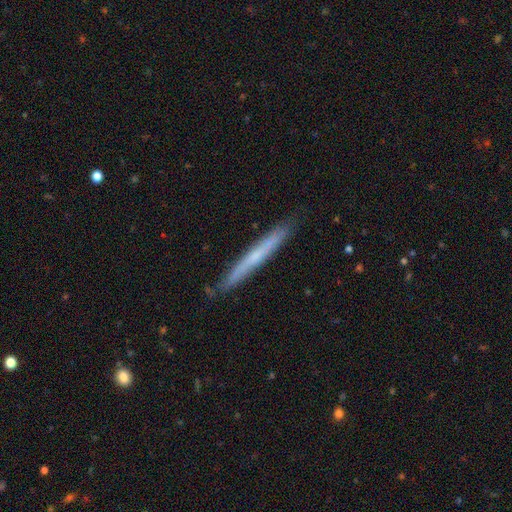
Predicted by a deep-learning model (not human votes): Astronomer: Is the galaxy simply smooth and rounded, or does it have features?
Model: featured or disk — 48% (runner-up: smooth, 46%).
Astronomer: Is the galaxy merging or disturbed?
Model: none — 85%.